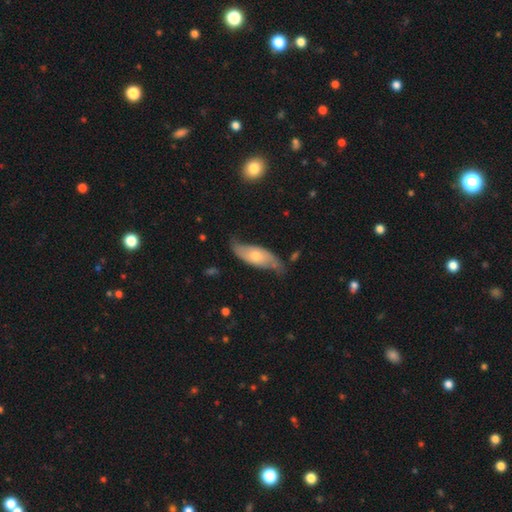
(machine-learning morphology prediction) The model was most divided on "bulge size": moderate: 56%, small: 35%, large: 5%, none: 2%, dominant: 1%. More confident: spiral arms — yes (83%); edge-on disk — no (83%); bar — no (75%); merging — none (62%); smooth or featured — featured or disk (62%).